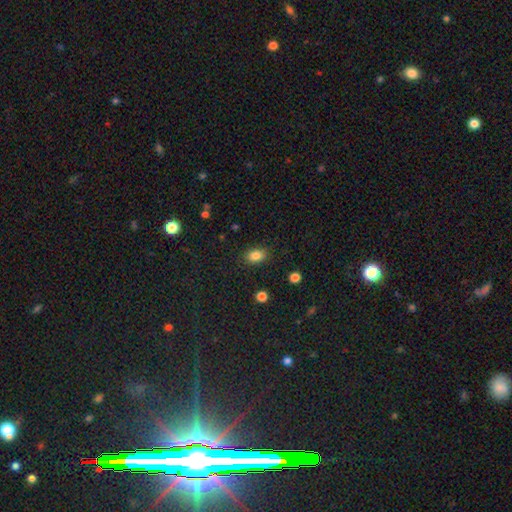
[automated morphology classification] Smooth or featured: smooth — 85% (star or artifact — 10%)
How rounded: in between — 81% (round — 18%)
Merging: none — 86% (minor disturbance — 10%)